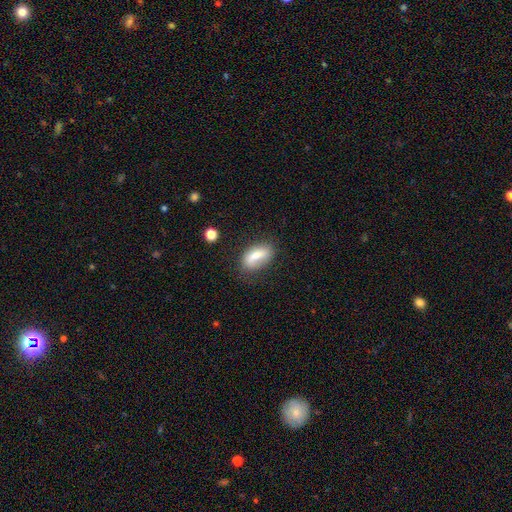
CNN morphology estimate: Overall: smooth (70%). How rounded: in between (87%). Merging: none (62%; minor disturbance 26%).